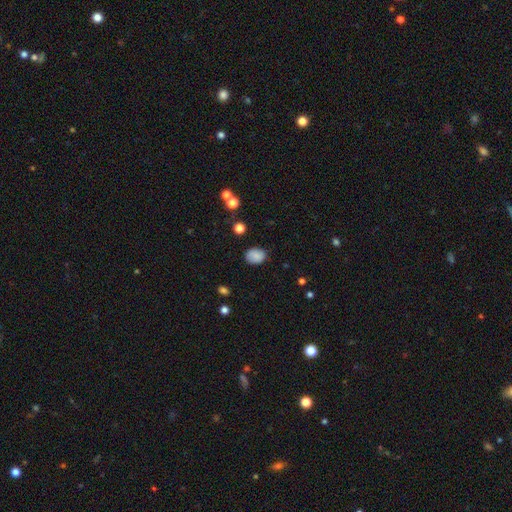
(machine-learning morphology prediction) A smooth galaxy with no disk features (84%) that is in between round and cigar-shaped (54%).

Vote fractions:
- Smooth or featured? smooth: 84% / star or artifact: 9% / featured or disk: 6%
- How rounded? in between: 54% / round: 45% / cigar-shaped: 1%
- Merging? none: 80% / minor disturbance: 15% / major disturbance: 3% / merger: 2%